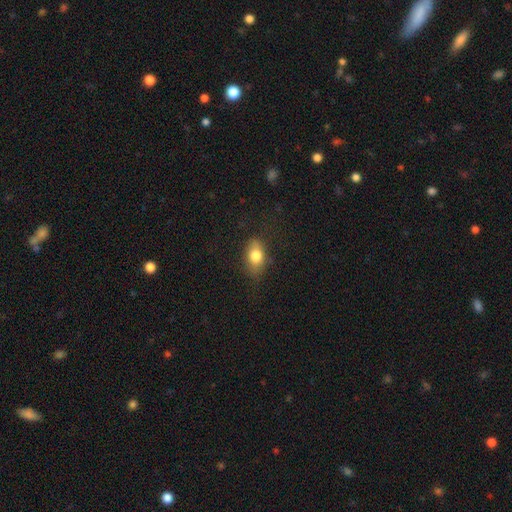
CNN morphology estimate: A smooth galaxy with no disk features (79%) that is in between round and cigar-shaped (80%). Merging: none (74%).